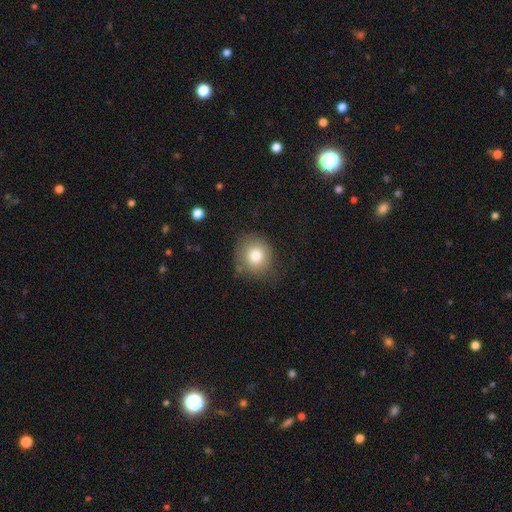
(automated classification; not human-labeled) smooth_or_featured: smooth (p=0.79) [alt: featured or disk p=0.11]
how_rounded: round (p=0.86) [alt: in between p=0.13]
merging: none (p=0.76) [alt: minor disturbance p=0.16]